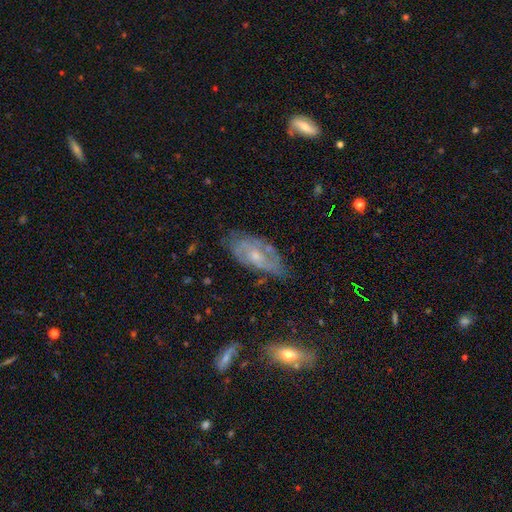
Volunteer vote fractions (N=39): Smooth or featured? featured or disk (85%)
Edge-on disk? no (97%)
Bar? no (56%)
Spiral arms? yes (81%)
Spiral winding? tight (54%)
Spiral arm count? 2 (46%)
Bulge size? small (69%)
Merging? none (59%)